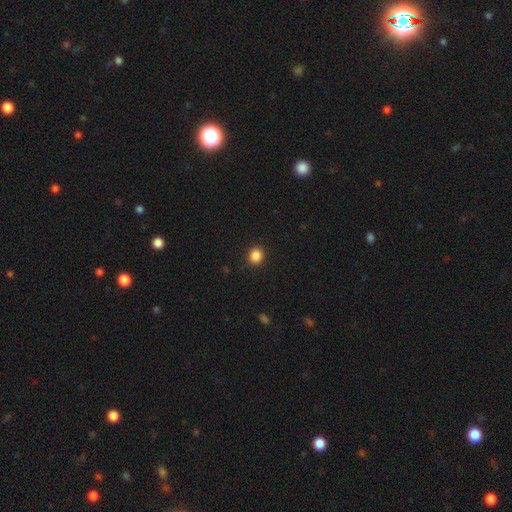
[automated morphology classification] Smooth or featured: smooth — 87% (star or artifact — 10%)
How rounded: round — 81% (in between — 18%)
Merging: none — 92% (minor disturbance — 5%)